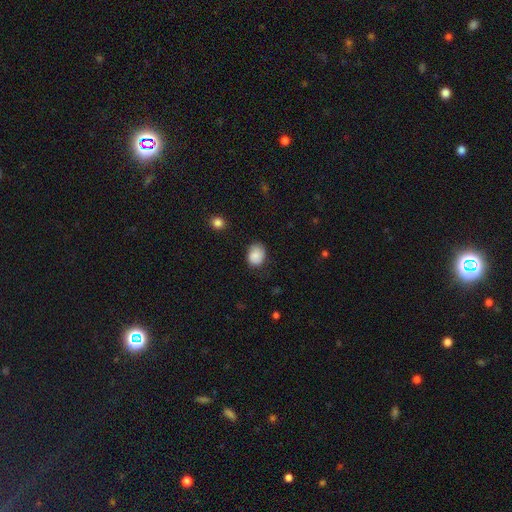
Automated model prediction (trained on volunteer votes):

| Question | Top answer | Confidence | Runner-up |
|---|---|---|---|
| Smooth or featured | smooth | 82% | featured or disk (10%) |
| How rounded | in between | 55% | round (45%) |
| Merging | none | 70% | minor disturbance (24%) |